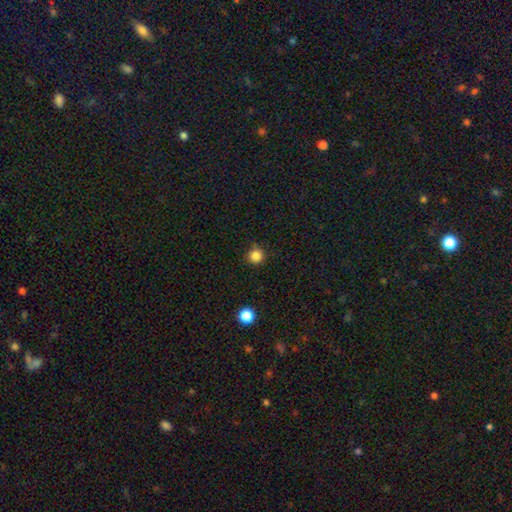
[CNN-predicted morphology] Smooth or featured? smooth (84%)
How rounded? round (95%)
Merging? none (88%)